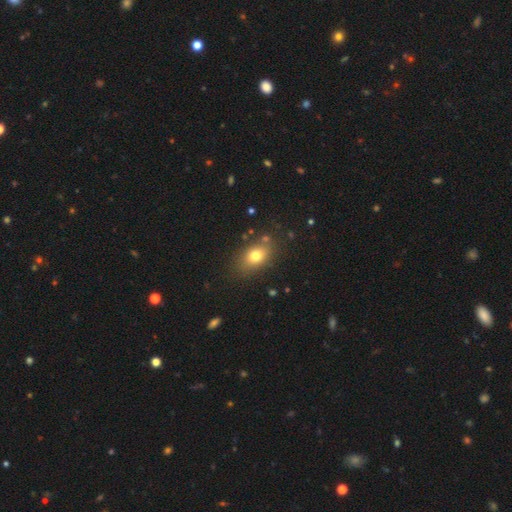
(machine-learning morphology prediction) smooth_or_featured: smooth (p=0.76) [alt: featured or disk p=0.12]
how_rounded: in between (p=0.75) [alt: round p=0.23]
merging: none (p=0.79) [alt: minor disturbance p=0.13]